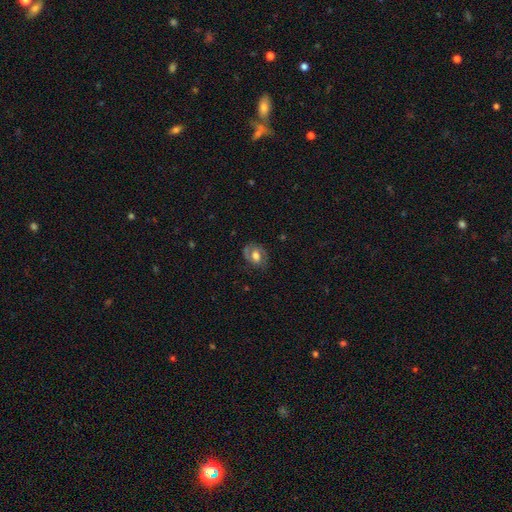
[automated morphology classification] This appears to be a featured or disk galaxy (55%) with no bar (54%), spiral arms (75%) and a moderate central bulge (45%). Merging: none (71%).